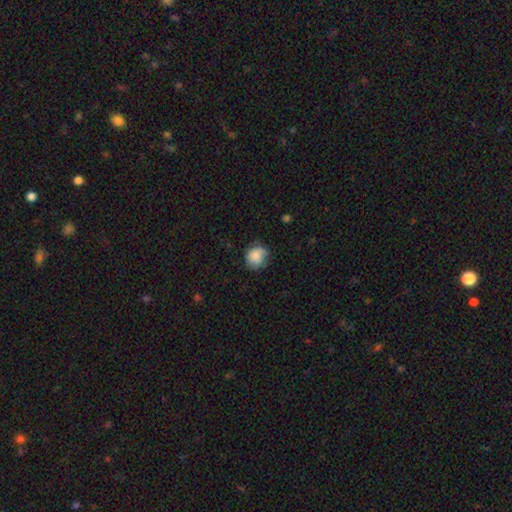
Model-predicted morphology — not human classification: Smooth or featured?
  - smooth: 79% *
  - featured or disk: 13%
  - star or artifact: 8%
How rounded?
  - round: 74% *
  - in between: 25%
  - cigar-shaped: 1%
Merging?
  - none: 64% *
  - minor disturbance: 27%
  - major disturbance: 7%
  - merger: 1%